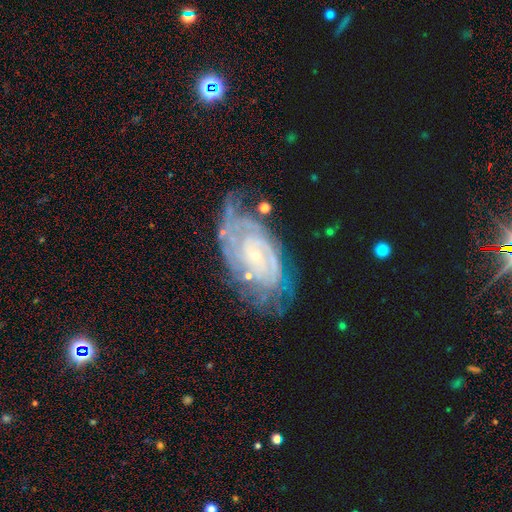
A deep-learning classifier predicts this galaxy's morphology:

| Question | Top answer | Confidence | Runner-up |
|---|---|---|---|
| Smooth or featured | featured or disk | 87% | smooth (7%) |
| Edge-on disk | no | 96% | yes (4%) |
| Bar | no | 67% | weak (25%) |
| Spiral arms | yes | 96% | no (4%) |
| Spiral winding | tight | 76% | medium (19%) |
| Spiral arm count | can't tell | 32% | 2 (30%) |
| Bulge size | small | 84% | moderate (12%) |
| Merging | none | 59% | minor disturbance (25%) |